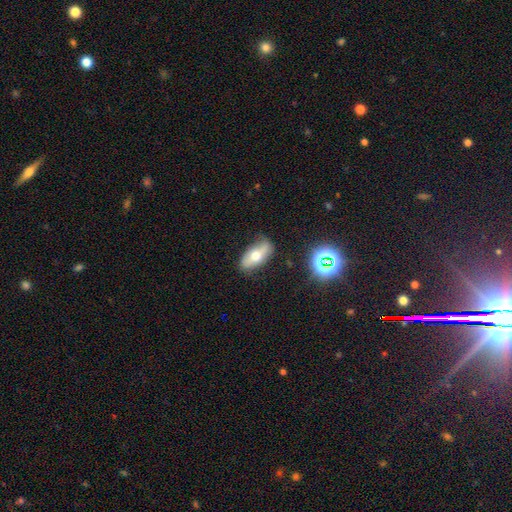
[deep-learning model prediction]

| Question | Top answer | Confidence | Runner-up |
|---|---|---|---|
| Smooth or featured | smooth | 53% | featured or disk (37%) |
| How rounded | in between | 83% | cigar-shaped (12%) |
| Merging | none | 73% | minor disturbance (20%) |